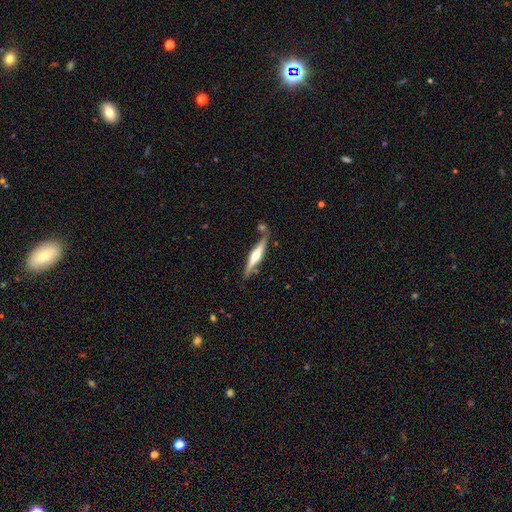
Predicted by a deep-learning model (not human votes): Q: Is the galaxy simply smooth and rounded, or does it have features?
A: featured or disk — 68%.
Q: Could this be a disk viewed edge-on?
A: yes — 96%.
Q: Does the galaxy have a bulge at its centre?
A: rounded — 87%.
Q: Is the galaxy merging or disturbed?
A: none — 75%.